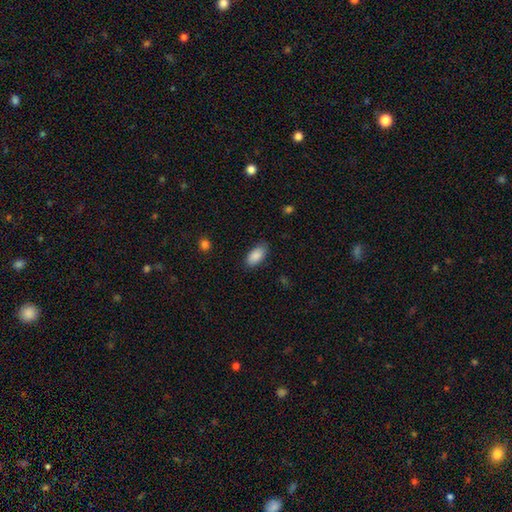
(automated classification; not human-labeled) Overall: smooth (89%). How rounded: in between (93%). Merging: none (83%).